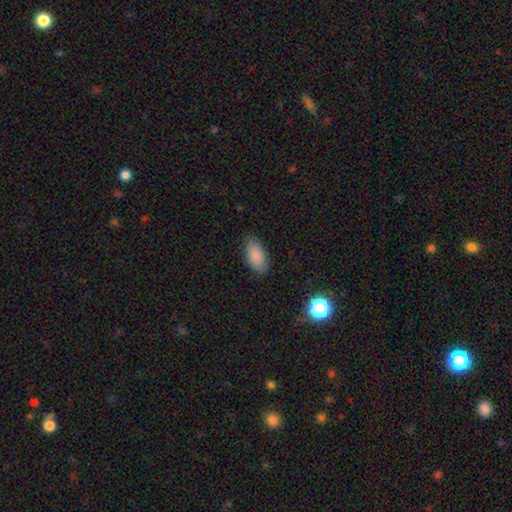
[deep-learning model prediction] This is clearly a smooth galaxy (87%). How rounded: clearly in between (93%). Merging: clearly none (82%).